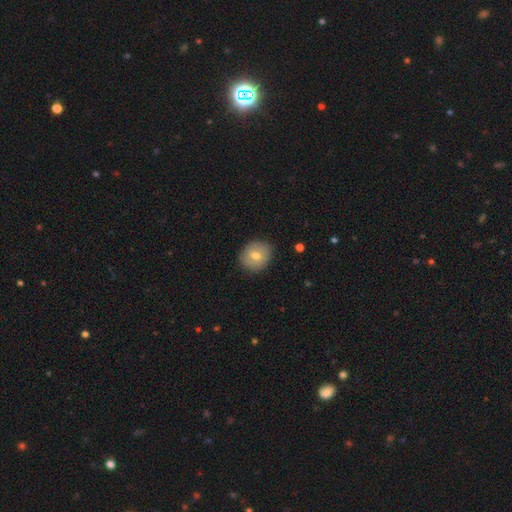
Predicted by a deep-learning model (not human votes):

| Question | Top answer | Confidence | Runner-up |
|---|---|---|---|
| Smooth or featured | smooth | 66% | featured or disk (25%) |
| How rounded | round | 79% | in between (20%) |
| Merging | none | 87% | minor disturbance (9%) |